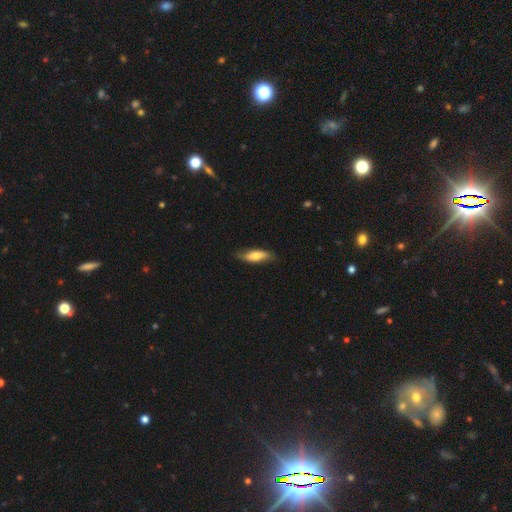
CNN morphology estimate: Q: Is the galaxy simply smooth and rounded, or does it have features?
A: smooth — 72%.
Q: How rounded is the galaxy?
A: in between — 56%.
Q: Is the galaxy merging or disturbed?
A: none — 78%.